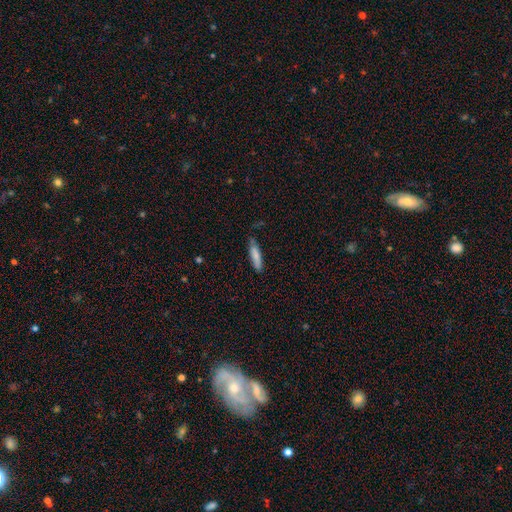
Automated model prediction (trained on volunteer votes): Overall: smooth (80%). How rounded: cigar-shaped (75%). Merging: none (72%).